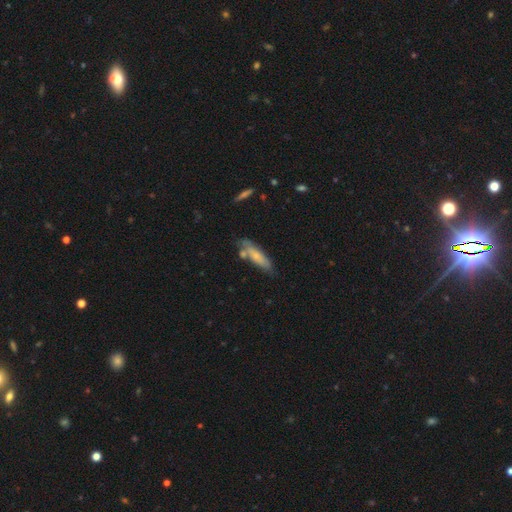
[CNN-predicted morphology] Smooth or featured? smooth (64%)
How rounded? cigar-shaped (59%)
Merging? none (54%)